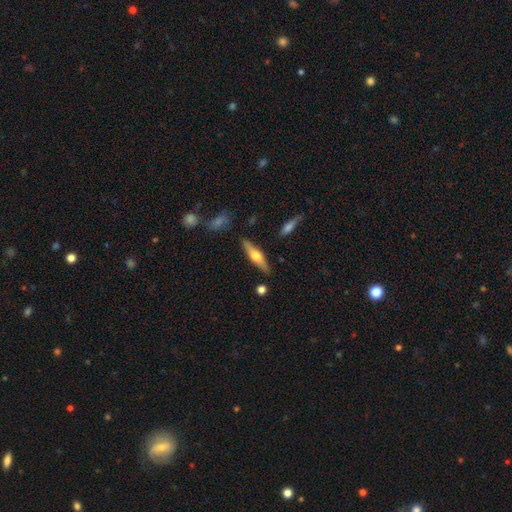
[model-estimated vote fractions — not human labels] Smooth or featured? featured or disk (56%)
Edge-on disk? yes (95%)
Edge-on bulge? rounded (92%)
Merging? none (85%)